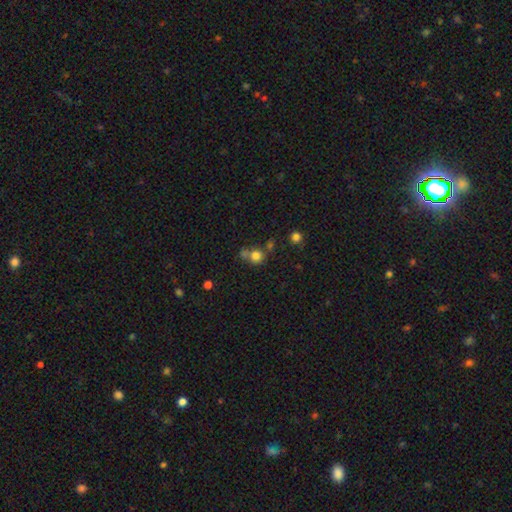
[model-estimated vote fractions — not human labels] Overall: smooth (77%). How rounded: round (85%). Merging: none (52%; merger 29%).